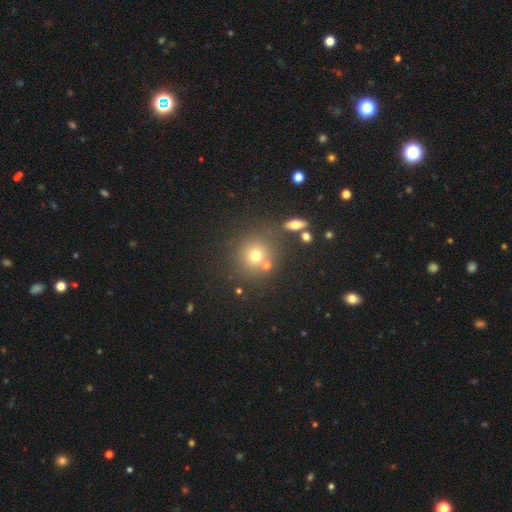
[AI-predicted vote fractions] The model was most divided on "smooth or featured": smooth: 70%, star or artifact: 18%, featured or disk: 12%. More confident: how rounded — round (90%); merging — none (74%).